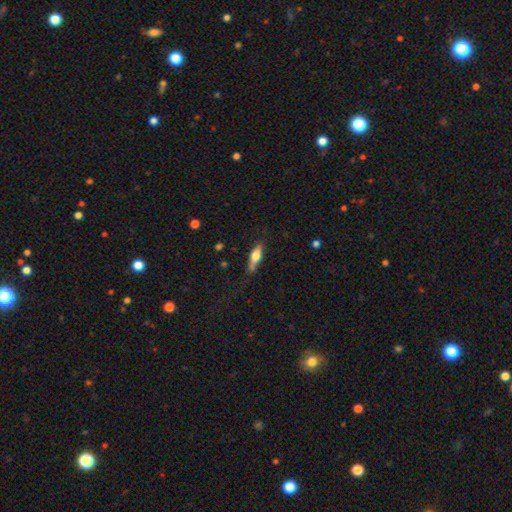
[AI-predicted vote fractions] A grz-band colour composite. It shows a smooth galaxy with no disk features (59%) that is in between round and cigar-shaped (53%). Merging: none (63%).